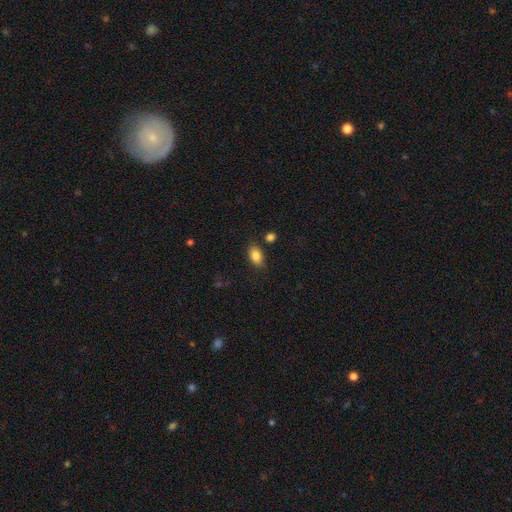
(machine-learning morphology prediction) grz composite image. It shows a smooth galaxy with no disk features (85%) that is in between round and cigar-shaped (89%). Merging: none (81%).